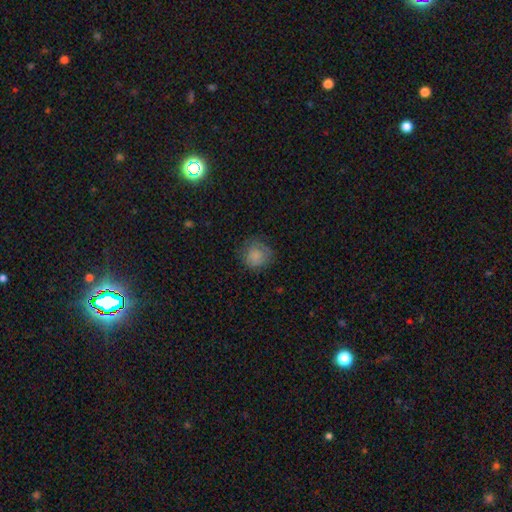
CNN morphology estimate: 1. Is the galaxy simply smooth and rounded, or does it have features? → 82% smooth, 9% featured or disk, 9% star or artifact.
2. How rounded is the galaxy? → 89% round, 10% in between, 1% cigar-shaped.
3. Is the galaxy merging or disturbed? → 73% none, 19% minor disturbance, 7% major disturbance, 1% merger.